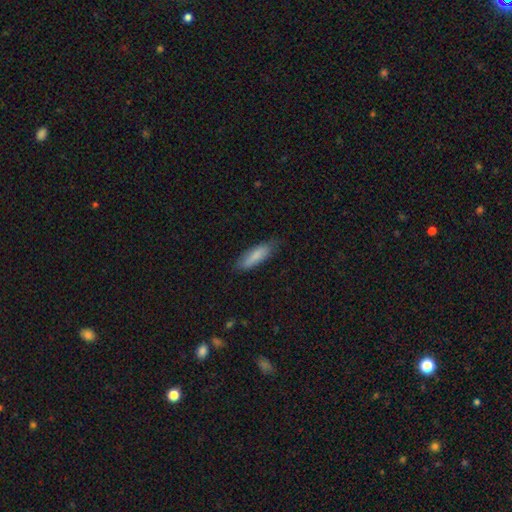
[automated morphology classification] This appears to be a smooth galaxy with no disk features (82%) that is cigar-shaped (55%). Merging: none (78%).